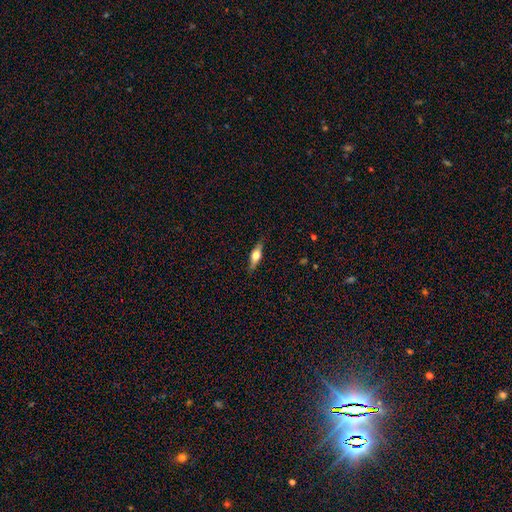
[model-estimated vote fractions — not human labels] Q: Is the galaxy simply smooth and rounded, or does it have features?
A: featured or disk — 48%.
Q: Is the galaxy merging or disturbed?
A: none — 82%.